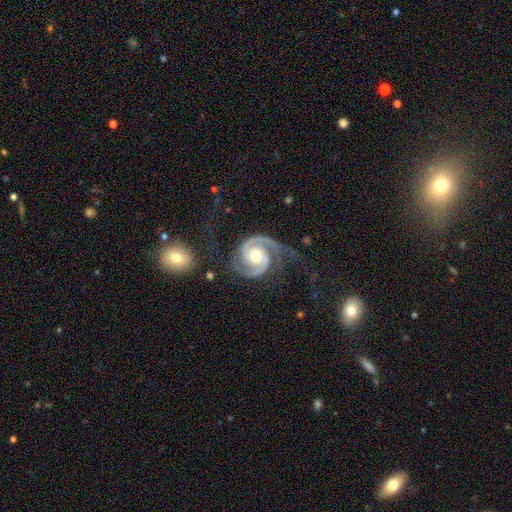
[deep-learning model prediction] Smooth or featured? featured or disk (94%)
Edge-on disk? no (98%)
Bar? no (66%)
Spiral arms? yes (99%)
Spiral winding? tight (52%)
Spiral arm count? 2 (92%)
Bulge size? moderate (76%)
Merging? none (65%)